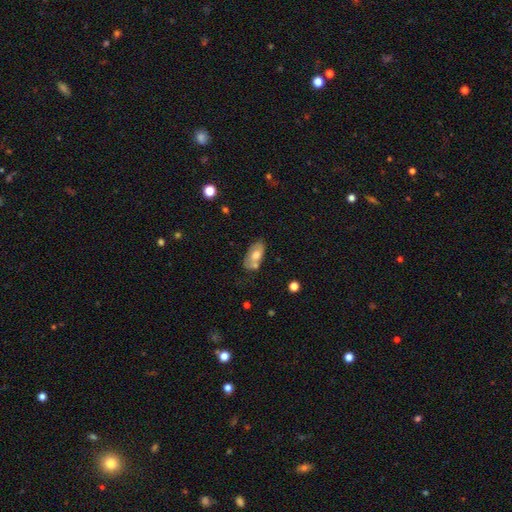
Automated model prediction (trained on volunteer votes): Overall: smooth (58%; featured or disk 36%). How rounded: in between (92%). Merging: none (55%; minor disturbance 22%).